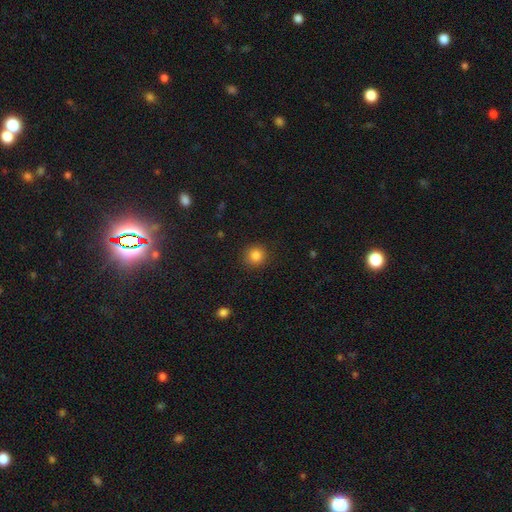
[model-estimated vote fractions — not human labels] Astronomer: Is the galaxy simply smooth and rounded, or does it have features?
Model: smooth — 84%.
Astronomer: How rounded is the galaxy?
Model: round — 92%.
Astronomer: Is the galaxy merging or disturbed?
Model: none — 90%.